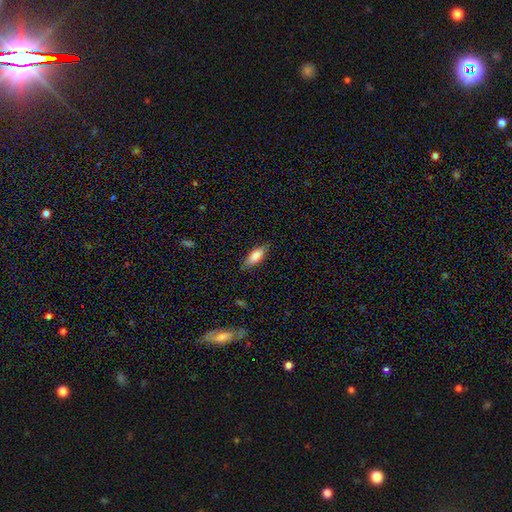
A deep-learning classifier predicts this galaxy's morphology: The model was most divided on "how rounded": in between: 70%, cigar-shaped: 28%, round: 2%. More confident: smooth or featured — smooth (81%); merging — none (80%).